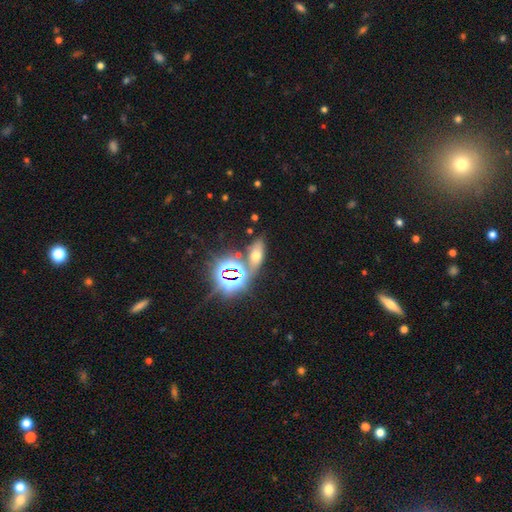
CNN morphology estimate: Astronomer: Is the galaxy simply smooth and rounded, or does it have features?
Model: smooth — 46% (runner-up: star or artifact, 38%).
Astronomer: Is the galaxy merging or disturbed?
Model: none — 69%.